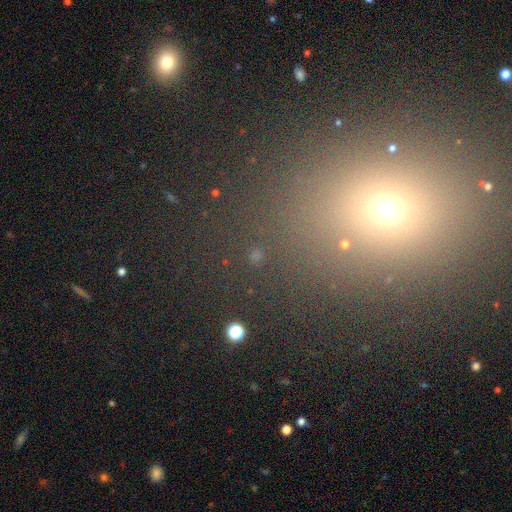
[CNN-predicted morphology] This is possibly a smooth galaxy (52%). How rounded: clearly round (86%). Merging: clearly none (85%).